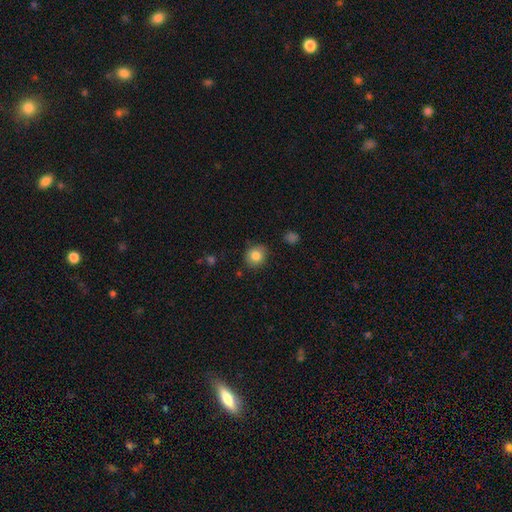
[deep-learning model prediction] A smooth galaxy with no disk features (83%) that is round (79%). Merging: none (84%).